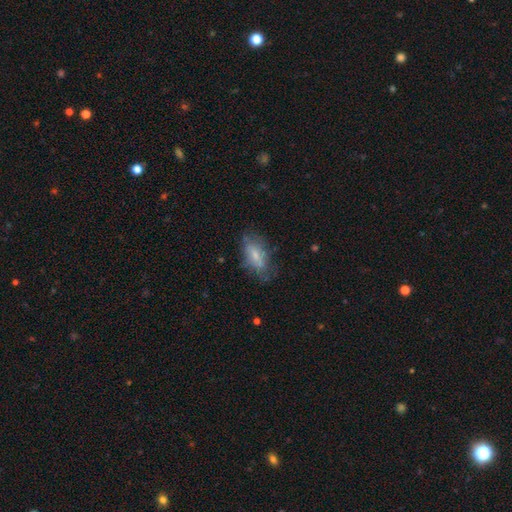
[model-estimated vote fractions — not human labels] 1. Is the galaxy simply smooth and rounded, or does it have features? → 62% smooth, 31% featured or disk, 8% star or artifact.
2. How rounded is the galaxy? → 84% in between, 12% cigar-shaped, 4% round.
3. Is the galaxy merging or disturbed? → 61% none, 26% minor disturbance, 11% major disturbance, 2% merger.